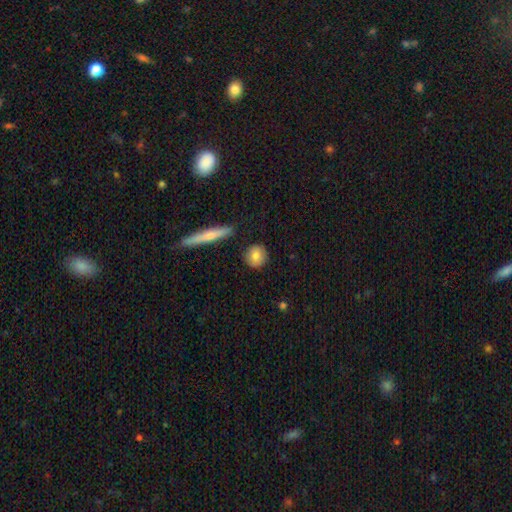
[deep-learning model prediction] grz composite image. It shows a smooth galaxy with no disk features (80%) that is round (84%). Merging: none (87%).